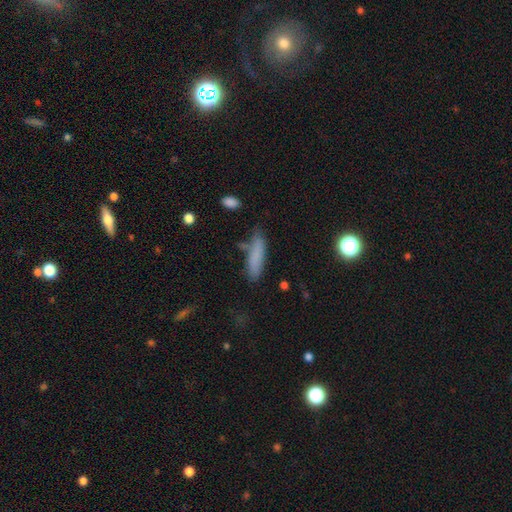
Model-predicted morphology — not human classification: Smooth or featured? Predicted: smooth (p=0.78). How rounded? Predicted: cigar-shaped (p=0.73). Merging? Predicted: none (p=0.67).